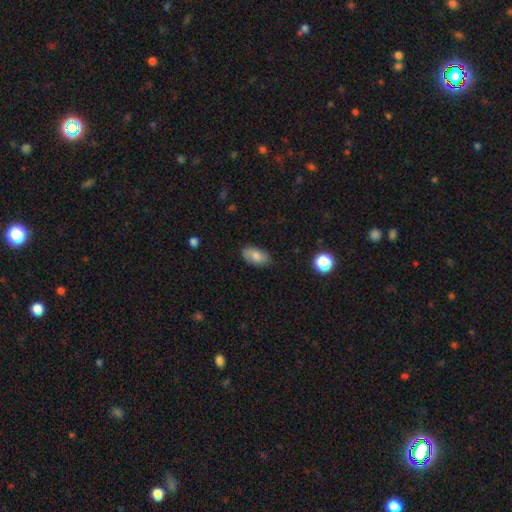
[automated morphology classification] smooth 75%, featured or disk 17%, star or artifact 8%. Down the decision tree: how rounded — in between (92%); merging — none (81%).